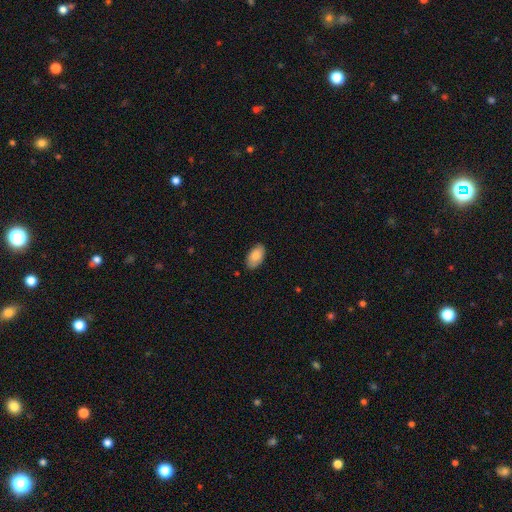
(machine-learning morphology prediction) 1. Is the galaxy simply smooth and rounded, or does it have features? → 86% smooth, 8% featured or disk, 6% star or artifact.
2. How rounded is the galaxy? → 95% in between, 3% round, 2% cigar-shaped.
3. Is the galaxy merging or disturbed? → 86% none, 11% minor disturbance, 2% major disturbance, 1% merger.